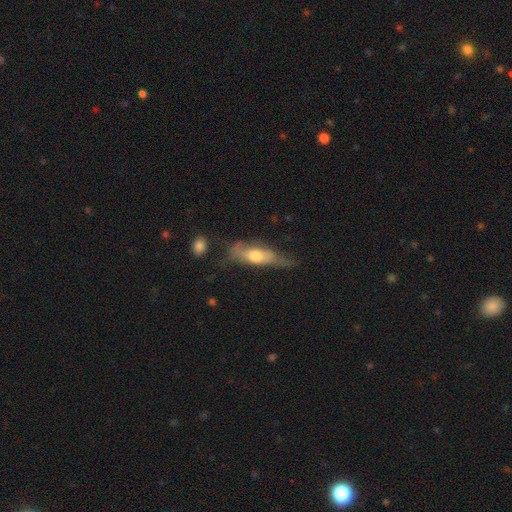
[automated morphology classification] A smooth galaxy with no disk features (47%). Merging: none (42%).